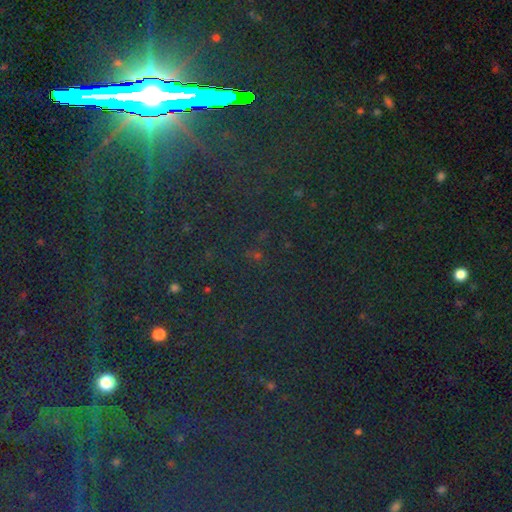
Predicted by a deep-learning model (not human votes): Smooth or featured? star or artifact (80%)